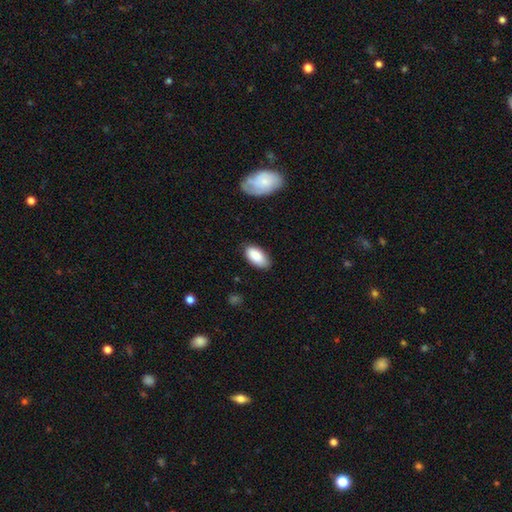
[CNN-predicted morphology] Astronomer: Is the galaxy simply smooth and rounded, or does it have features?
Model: smooth — 87%.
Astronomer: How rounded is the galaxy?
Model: in between — 94%.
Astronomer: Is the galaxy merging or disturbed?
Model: none — 80%.